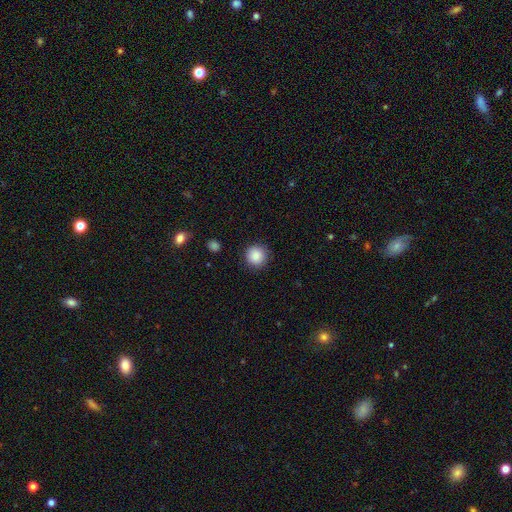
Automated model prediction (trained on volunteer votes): Smooth or featured? Predicted: smooth (p=0.88). How rounded? Predicted: round (p=0.93). Merging? Predicted: none (p=0.89).